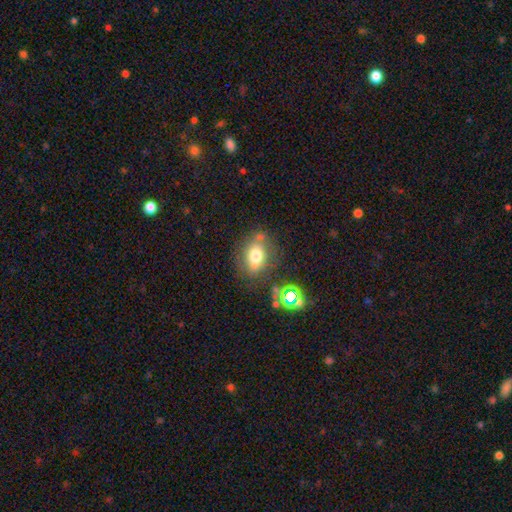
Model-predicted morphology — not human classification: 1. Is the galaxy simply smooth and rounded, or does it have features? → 62% smooth, 22% featured or disk, 15% star or artifact.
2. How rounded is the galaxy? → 66% in between, 32% round, 2% cigar-shaped.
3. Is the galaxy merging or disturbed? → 63% none, 20% minor disturbance, 8% merger, 8% major disturbance.